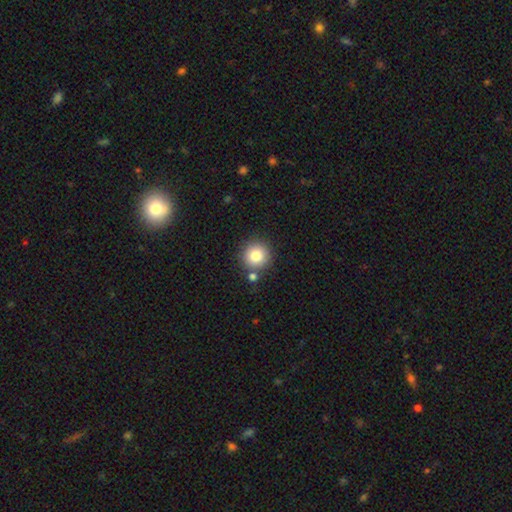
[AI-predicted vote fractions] smooth_or_featured: smooth (p=0.81) [alt: star or artifact p=0.11]
how_rounded: round (p=0.94) [alt: in between p=0.05]
merging: none (p=0.78) [alt: merger p=0.11]